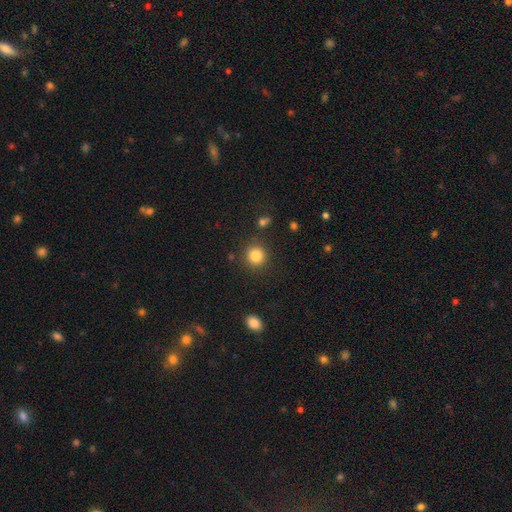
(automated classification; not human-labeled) Smooth or featured: smooth — 84% (star or artifact — 11%)
How rounded: round — 92% (in between — 7%)
Merging: none — 88% (minor disturbance — 7%)